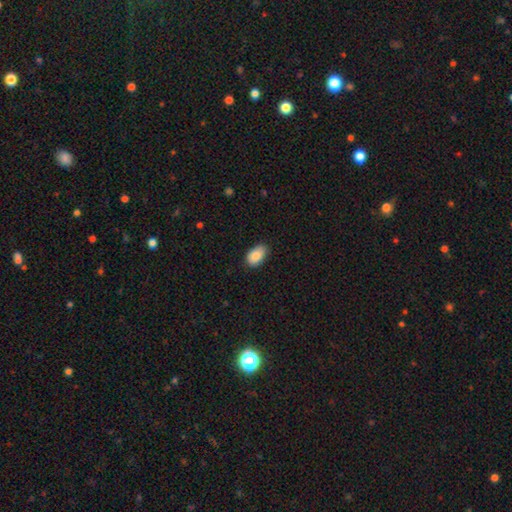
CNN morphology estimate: smooth-or-featured: smooth: 87% | star or artifact: 7% | featured or disk: 6%
  how-rounded: in between: 92% | round: 7% | cigar-shaped: 1%
  merging: none: 78% | minor disturbance: 18% | major disturbance: 3% | merger: 1%